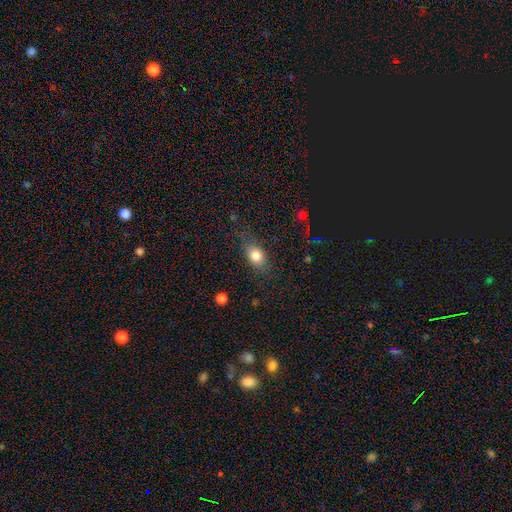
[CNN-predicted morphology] The model was most divided on "how rounded": in between: 74%, round: 21%, cigar-shaped: 5%. More confident: smooth or featured — smooth (80%); merging — none (73%).